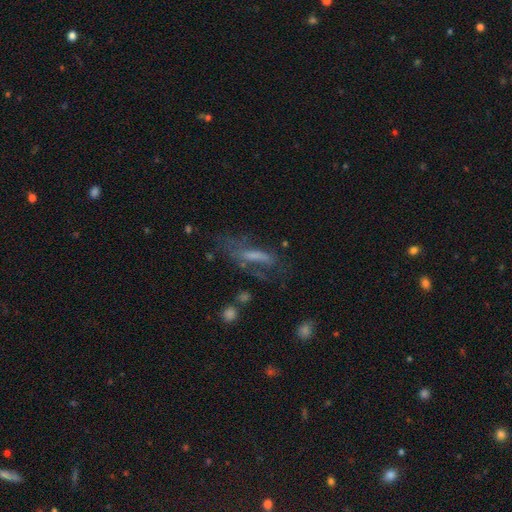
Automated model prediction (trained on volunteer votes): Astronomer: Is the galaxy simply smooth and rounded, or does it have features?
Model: featured or disk — 46% (runner-up: smooth, 40%).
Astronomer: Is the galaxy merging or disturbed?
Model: none — 42% (runner-up: major disturbance, 30%).